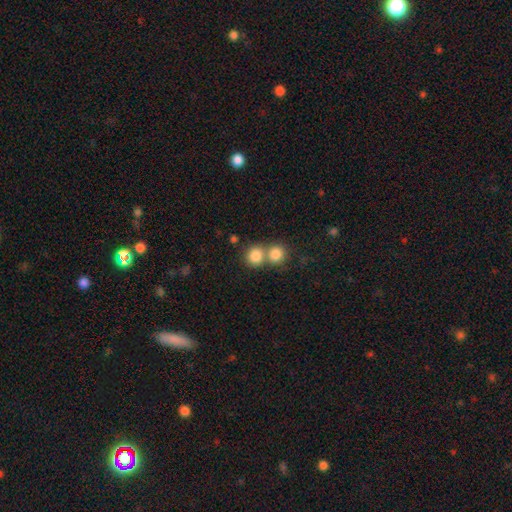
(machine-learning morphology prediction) Smooth or featured? Predicted: smooth (p=0.82). How rounded? Predicted: round (p=0.85). Merging? Predicted: merger (p=0.49).